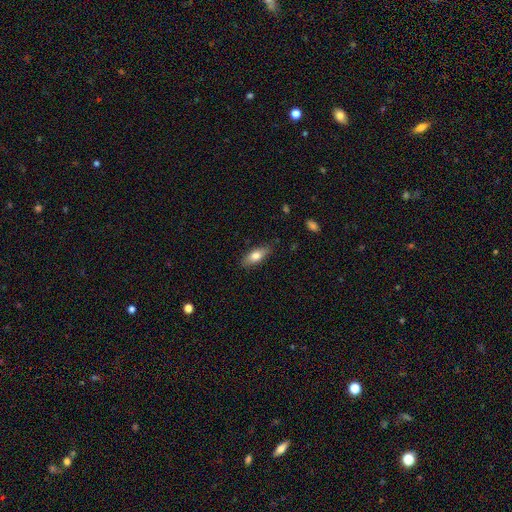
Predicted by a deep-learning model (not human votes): A smooth galaxy with no disk features (75%) that is in between round and cigar-shaped (72%). Merging: none (83%).